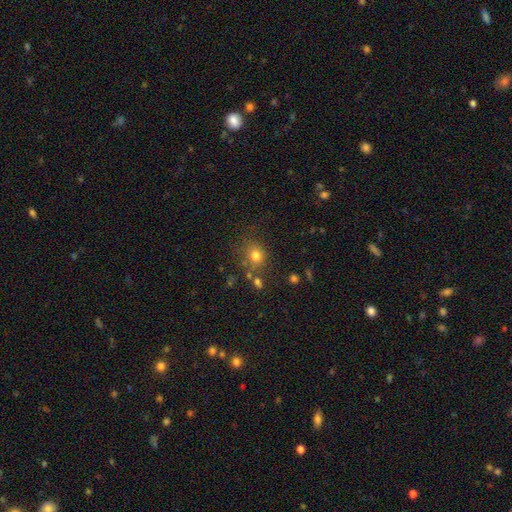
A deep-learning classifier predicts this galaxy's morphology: This is likely a smooth galaxy (75%). How rounded: likely round (65%). Merging: likely none (67%).